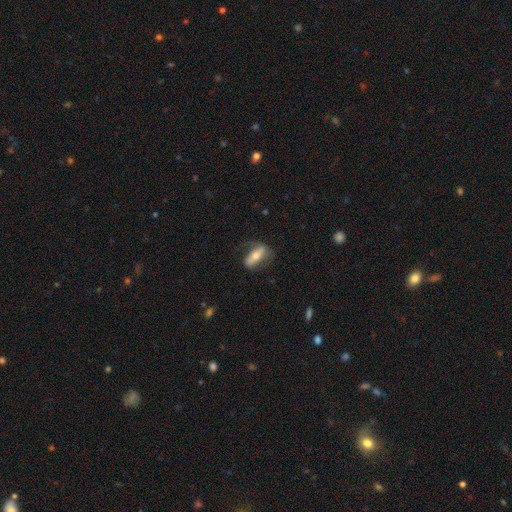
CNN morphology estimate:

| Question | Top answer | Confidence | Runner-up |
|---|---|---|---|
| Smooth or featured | featured or disk | 54% | smooth (40%) |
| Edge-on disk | no | 71% | yes (29%) |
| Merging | none | 64% | minor disturbance (21%) |